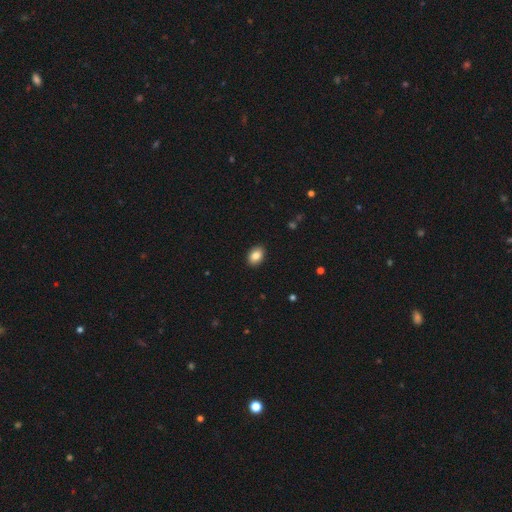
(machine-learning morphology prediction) This appears to be a smooth galaxy with no disk features (86%) that is in between round and cigar-shaped (80%). Merging: none (90%).